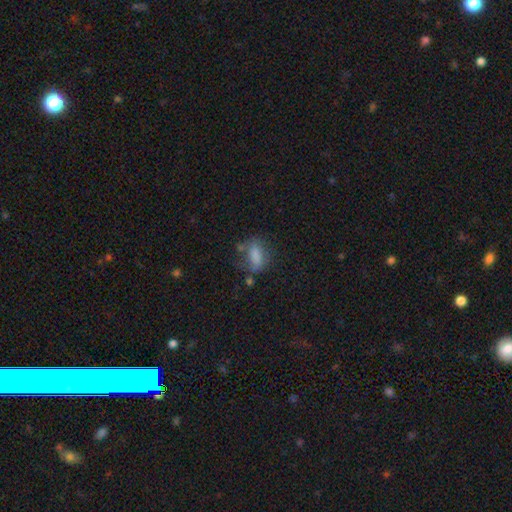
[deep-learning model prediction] The model was most divided on "merging": none: 51%, minor disturbance: 24%, major disturbance: 17%, merger: 8%. More confident: how rounded — in between (80%); smooth or featured — smooth (74%).